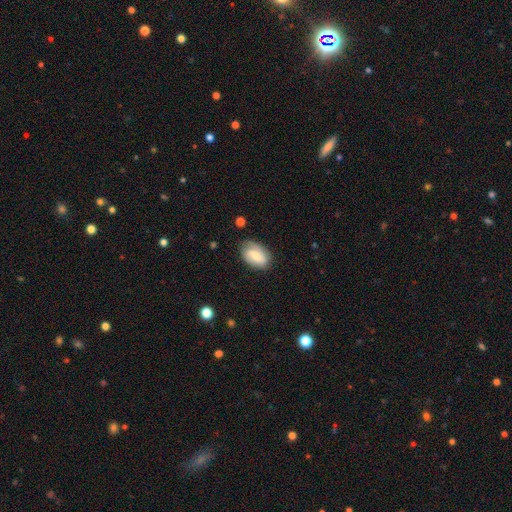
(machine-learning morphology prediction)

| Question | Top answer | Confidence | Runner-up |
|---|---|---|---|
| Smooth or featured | smooth | 51% | featured or disk (41%) |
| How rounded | in between | 87% | round (11%) |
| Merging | none | 72% | minor disturbance (21%) |